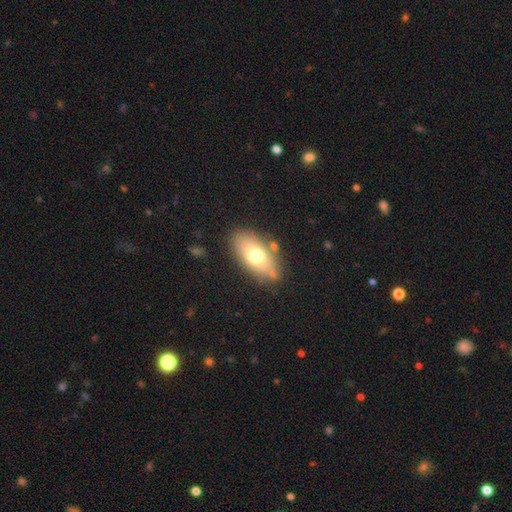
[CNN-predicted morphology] smooth_or_featured: smooth (p=0.67) [alt: featured or disk p=0.25]
how_rounded: in between (p=0.87) [alt: cigar-shaped p=0.07]
merging: none (p=0.76) [alt: minor disturbance p=0.15]